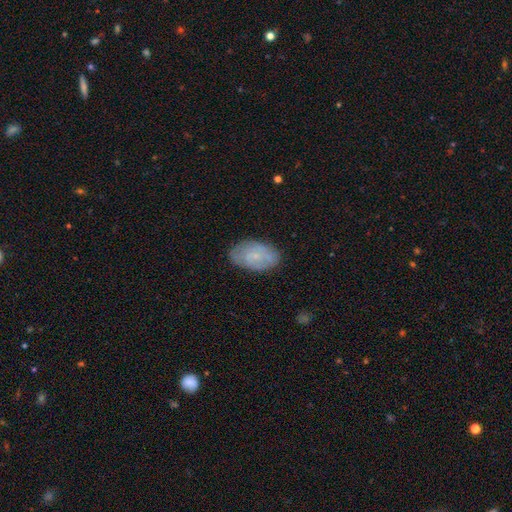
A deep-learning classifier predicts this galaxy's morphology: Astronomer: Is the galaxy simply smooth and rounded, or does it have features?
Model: smooth — 52% (runner-up: featured or disk, 39%).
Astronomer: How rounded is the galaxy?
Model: in between — 93%.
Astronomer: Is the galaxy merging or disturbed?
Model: none — 79%.